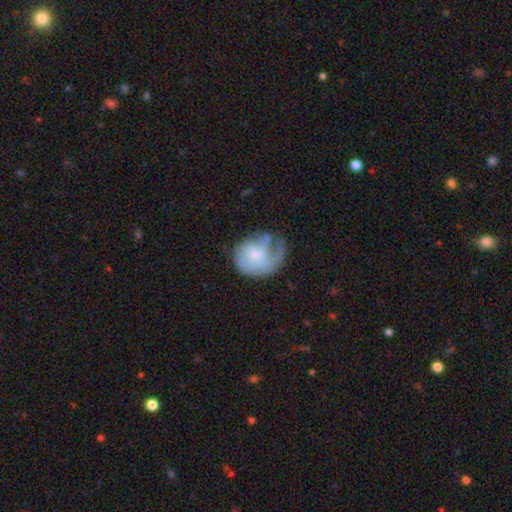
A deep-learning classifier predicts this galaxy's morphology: The model was most divided on "merging": major disturbance: 38%, none: 35%, minor disturbance: 24%, merger: 3%. Remaining: edge-on disk — no (98%); bar — no (71%); spiral arms — yes (67%); smooth or featured — featured or disk (54%); bulge size — small (41%).